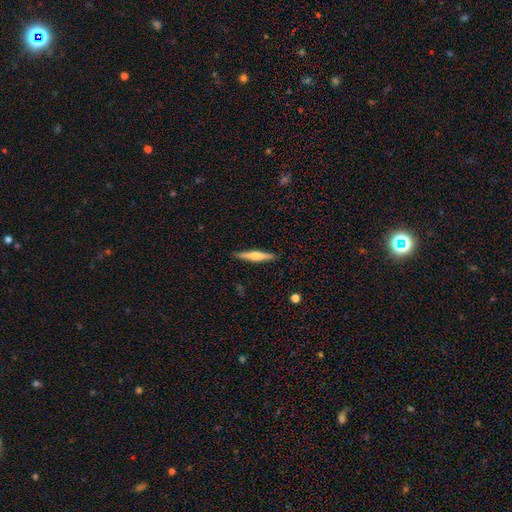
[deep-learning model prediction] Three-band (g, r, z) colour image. It shows a featured or disk galaxy (47%, tied with smooth). Merging: none (90%).